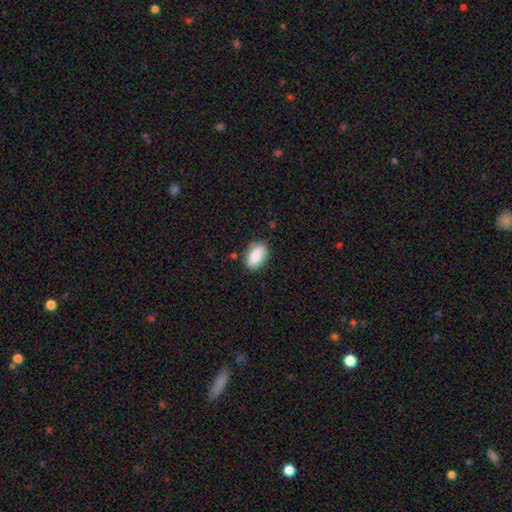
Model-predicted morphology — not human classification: smooth 87%, star or artifact 7%, featured or disk 6%. Down the decision tree: how rounded — in between (90%); merging — none (79%).